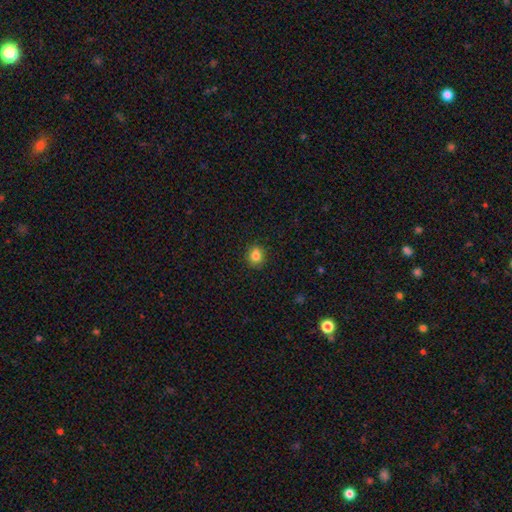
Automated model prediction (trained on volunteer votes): This appears to be a smooth galaxy with no disk features (83%) that is round (72%). Merging: none (89%).